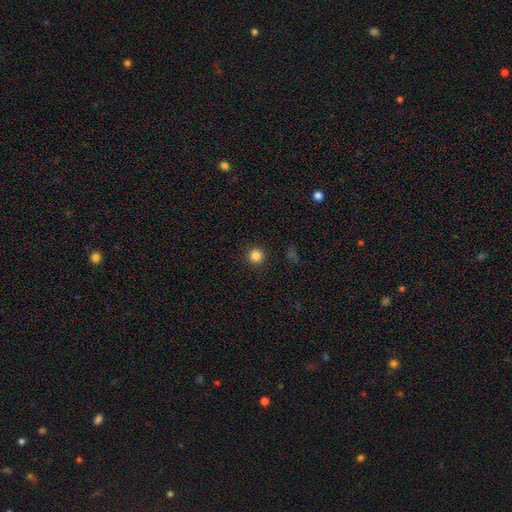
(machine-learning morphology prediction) This is clearly a smooth galaxy (84%). How rounded: clearly round (95%). Merging: clearly none (92%).